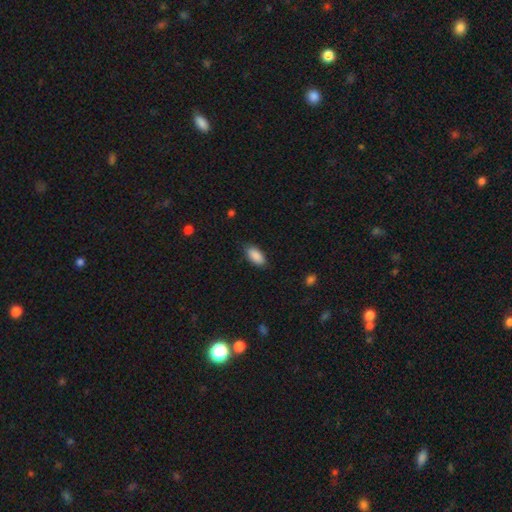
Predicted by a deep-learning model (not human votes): Q: Smooth or featured?
A: smooth (90%); runner-up: star or artifact (7%)
Q: How rounded?
A: in between (91%); runner-up: cigar-shaped (7%)
Q: Merging?
A: none (83%); runner-up: minor disturbance (13%)